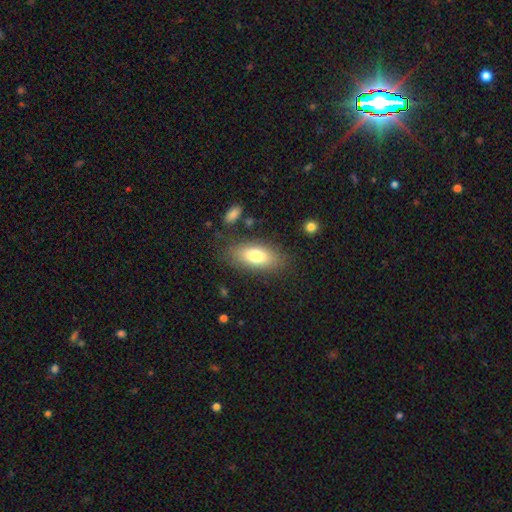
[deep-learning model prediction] smooth 76%, featured or disk 16%, star or artifact 7%. Down the decision tree: how rounded — in between (85%); merging — none (80%).